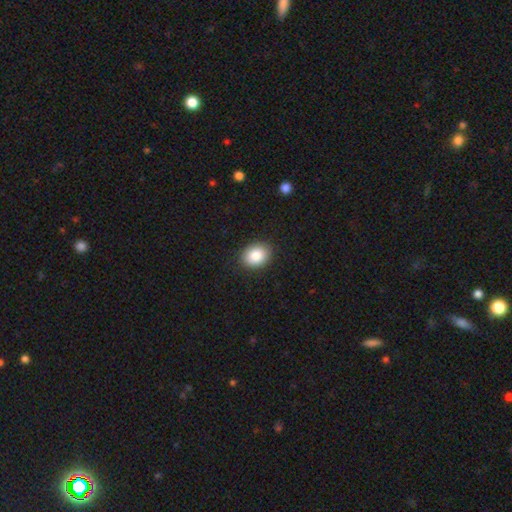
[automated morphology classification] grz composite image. It shows a smooth galaxy with no disk features (86%) that is in between round and cigar-shaped (56%). Merging: none (89%).